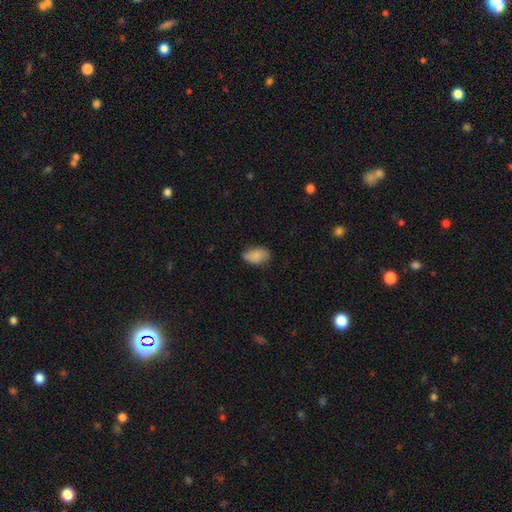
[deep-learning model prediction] Smooth or featured: smooth — 85% (featured or disk — 8%)
How rounded: in between — 91% (round — 7%)
Merging: none — 69% (minor disturbance — 26%)